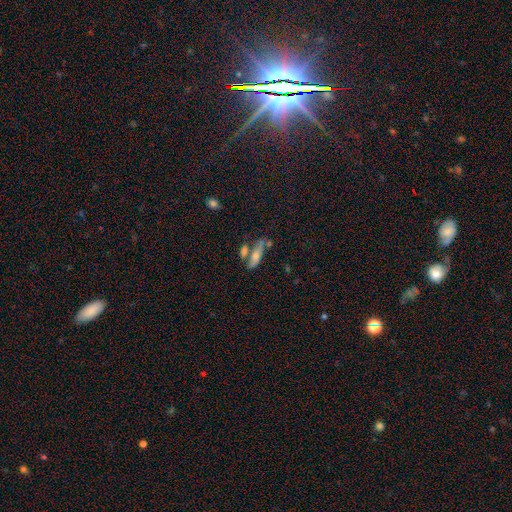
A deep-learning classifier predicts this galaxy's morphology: Overall: smooth (62%; featured or disk 29%). How rounded: cigar-shaped (55%; in between 42%). Merging: none (48%; merger 28%).